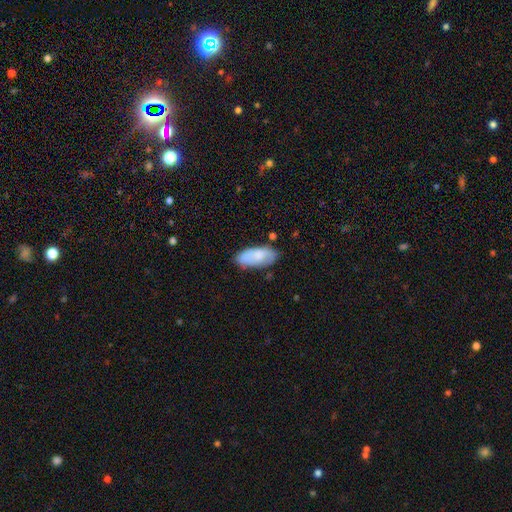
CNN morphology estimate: A smooth galaxy with no disk features (76%) that is in between round and cigar-shaped (89%).

Vote fractions:
- Smooth or featured? smooth: 76% / featured or disk: 18% / star or artifact: 6%
- How rounded? in between: 89% / cigar-shaped: 9% / round: 2%
- Merging? none: 69% / minor disturbance: 23% / major disturbance: 5% / merger: 4%